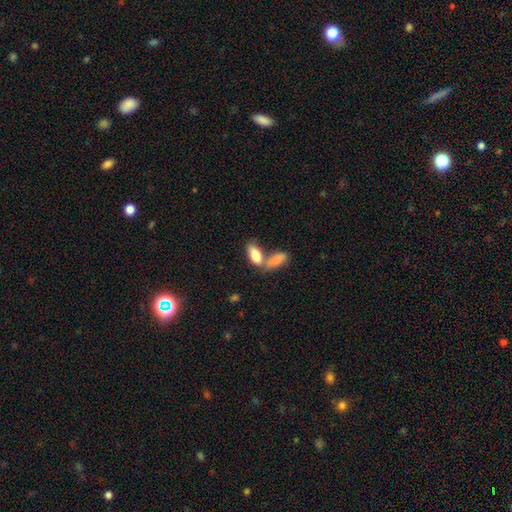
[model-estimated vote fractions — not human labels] Q: Smooth or featured?
A: smooth (82%); runner-up: featured or disk (11%)
Q: How rounded?
A: in between (87%); runner-up: cigar-shaped (10%)
Q: Merging?
A: merger (54%); runner-up: none (31%)